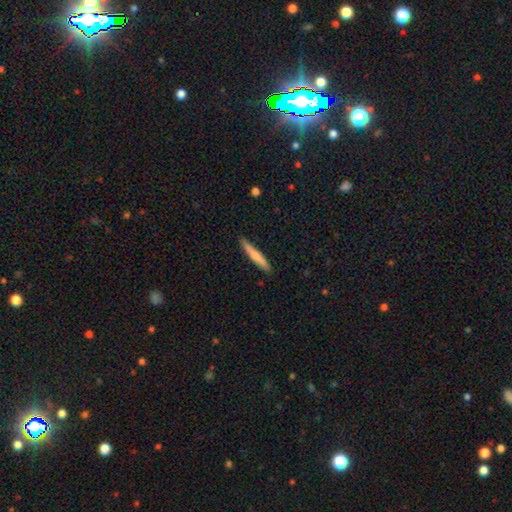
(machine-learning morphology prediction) The model was most divided on "smooth or featured": smooth: 69%, featured or disk: 26%, star or artifact: 5%. More confident: how rounded — cigar-shaped (93%); merging — none (87%).